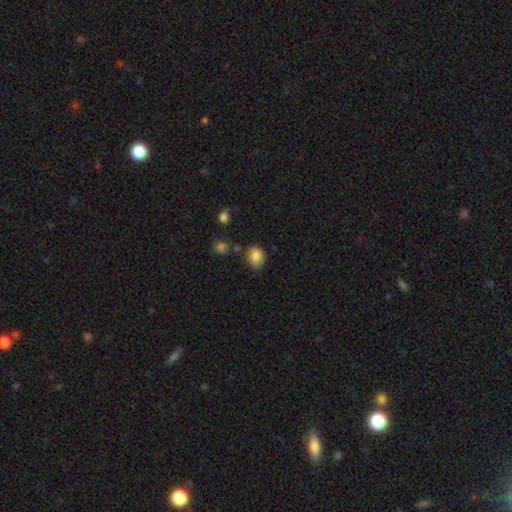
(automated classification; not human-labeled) smooth-or-featured: smooth: 85% | star or artifact: 10% | featured or disk: 5%
  how-rounded: in between: 55% | round: 44% | cigar-shaped: 1%
  merging: none: 66% | minor disturbance: 25% | major disturbance: 5% | merger: 5%